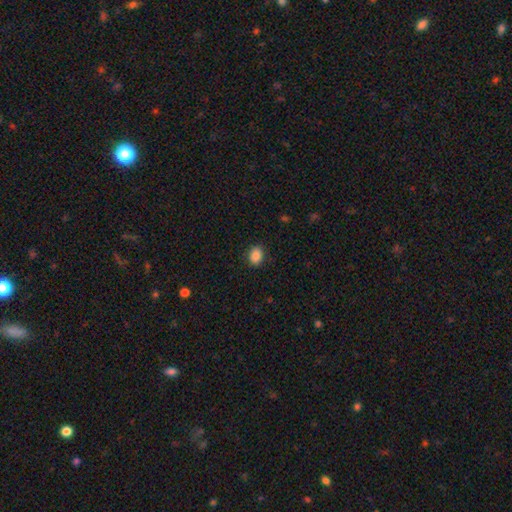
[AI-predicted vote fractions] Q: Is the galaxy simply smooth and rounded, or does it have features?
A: smooth — 87%.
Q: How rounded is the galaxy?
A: in between — 67%.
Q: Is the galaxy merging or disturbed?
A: none — 88%.